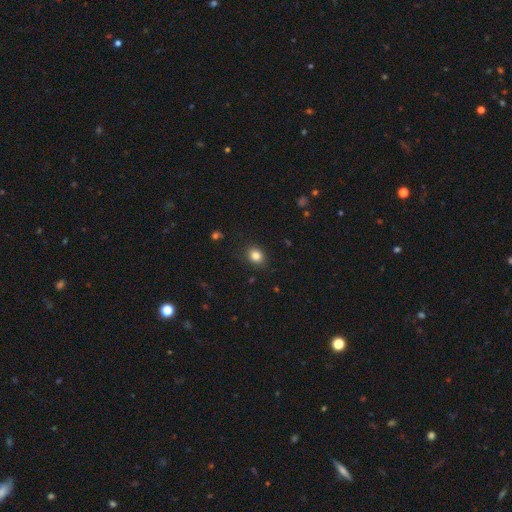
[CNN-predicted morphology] Q: Smooth or featured?
A: smooth (84%); runner-up: star or artifact (11%)
Q: How rounded?
A: round (53%); runner-up: in between (46%)
Q: Merging?
A: none (86%); runner-up: minor disturbance (10%)